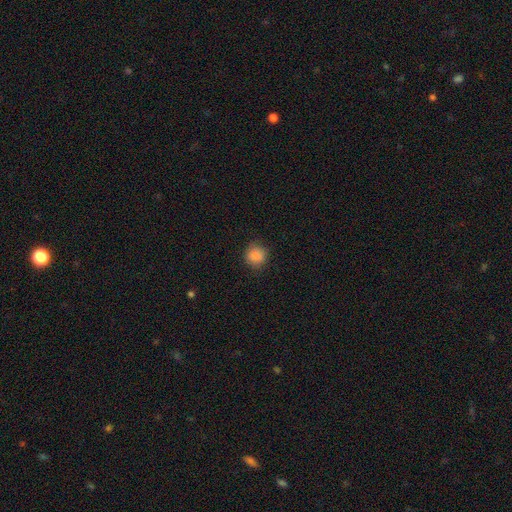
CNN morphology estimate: Smooth or featured? smooth (87%)
How rounded? round (88%)
Merging? none (85%)